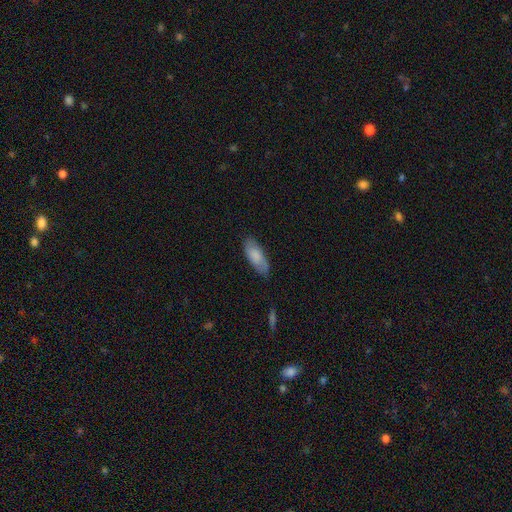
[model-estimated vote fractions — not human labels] A smooth galaxy with no disk features (76%) that is in between round and cigar-shaped (80%). Merging: none (76%).